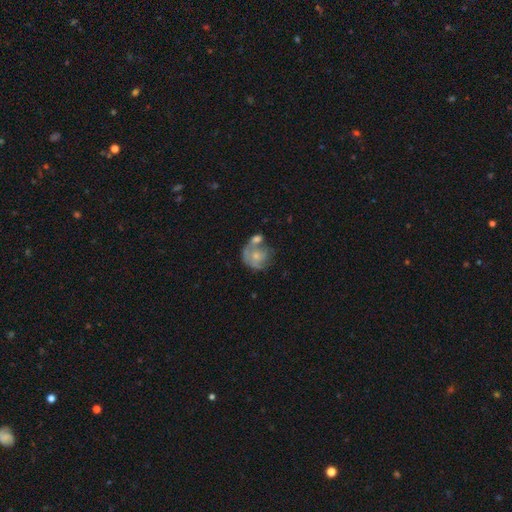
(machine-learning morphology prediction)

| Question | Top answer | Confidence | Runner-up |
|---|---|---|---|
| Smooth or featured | featured or disk | 55% | smooth (38%) |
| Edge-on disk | no | 98% | yes (2%) |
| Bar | no | 82% | weak (16%) |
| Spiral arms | yes | 60% | no (40%) |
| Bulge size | small | 47% | moderate (38%) |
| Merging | none | 33% | merger (32%) |